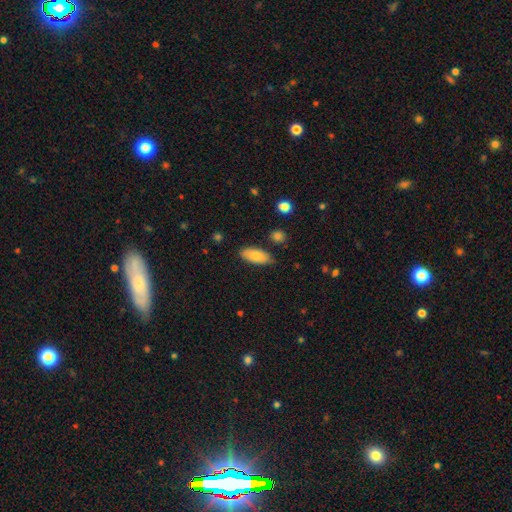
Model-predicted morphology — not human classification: This appears to be a smooth galaxy with no disk features (81%) that is in between round and cigar-shaped (88%). Merging: none (83%).